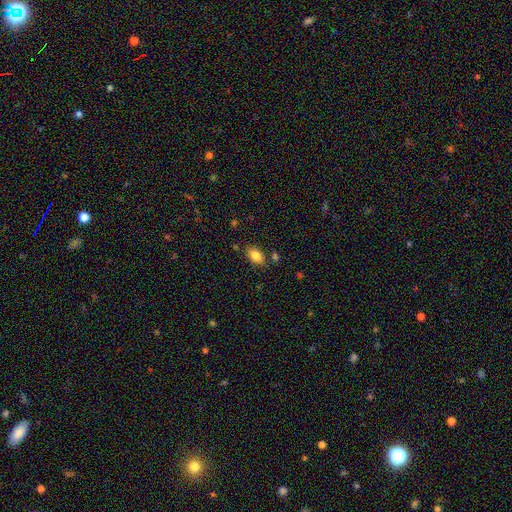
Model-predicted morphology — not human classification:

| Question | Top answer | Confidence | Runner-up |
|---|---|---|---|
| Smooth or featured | smooth | 84% | star or artifact (8%) |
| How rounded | in between | 90% | round (9%) |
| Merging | none | 79% | minor disturbance (12%) |